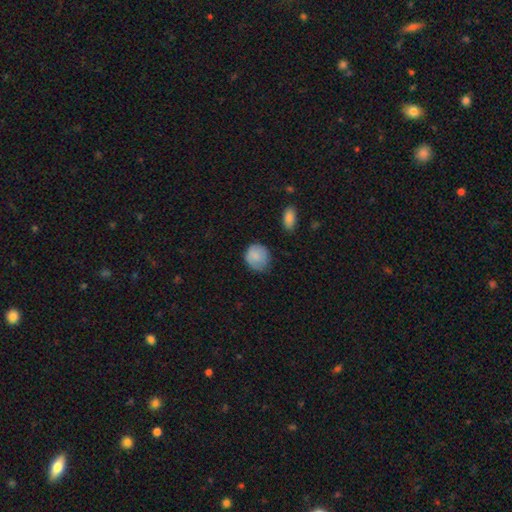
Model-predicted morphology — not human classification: smooth 83%, featured or disk 10%, star or artifact 7%. Down the decision tree: how rounded — round (81%); merging — none (69%).